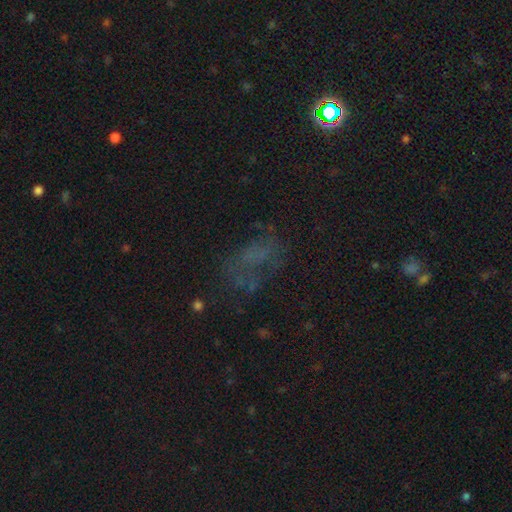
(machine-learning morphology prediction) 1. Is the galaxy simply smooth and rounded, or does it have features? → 34% featured or disk (tied), 34% star or artifact (tied), 32% smooth.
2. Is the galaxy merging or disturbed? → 47% none, 29% major disturbance, 19% minor disturbance, 4% merger.